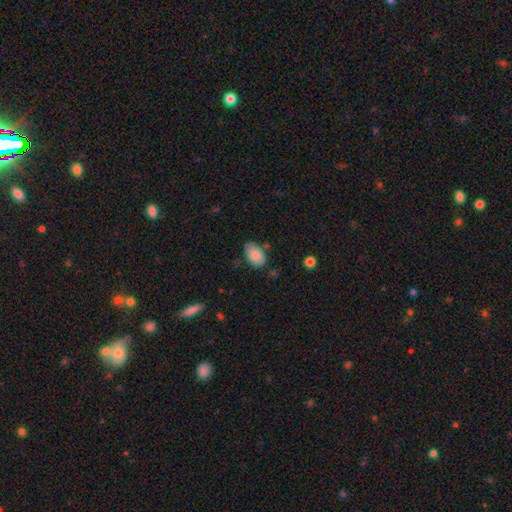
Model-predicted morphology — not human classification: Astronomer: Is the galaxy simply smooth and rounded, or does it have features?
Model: smooth — 86%.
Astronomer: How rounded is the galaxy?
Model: in between — 92%.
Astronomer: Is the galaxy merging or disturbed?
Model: none — 71%.